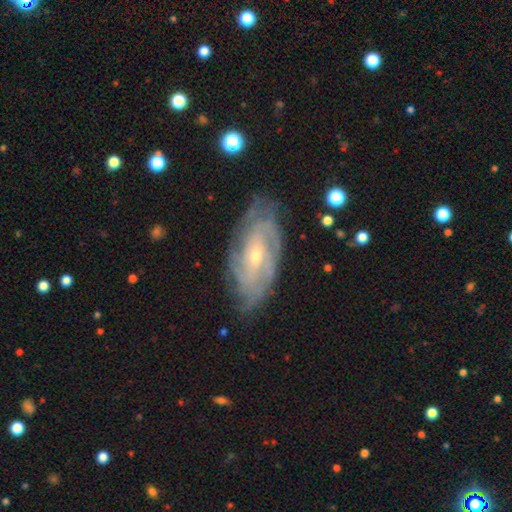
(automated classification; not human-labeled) A featured or disk galaxy (85%) with no bar (50%), tight (67%) spiral arms (96%) and a small central bulge (68%).

Vote fractions:
- Smooth or featured? featured or disk: 85% / smooth: 9% / star or artifact: 6%
- Edge-on disk? no: 93% / yes: 7%
- Bar? no: 50% / weak: 36% / strong: 14%
- Spiral arms? yes: 96% / no: 4%
- Spiral winding? tight: 67% / medium: 27% / loose: 6%
- Spiral arm count? can't tell: 31% / 2: 22% / 3: 19% / 4: 16% / more than 4: 6% / 1: 5%
- Bulge size? small: 68% / moderate: 28% / none: 1% / large: 1% / dominant: 1%
- Merging? none: 78% / minor disturbance: 16% / major disturbance: 4% / merger: 1%